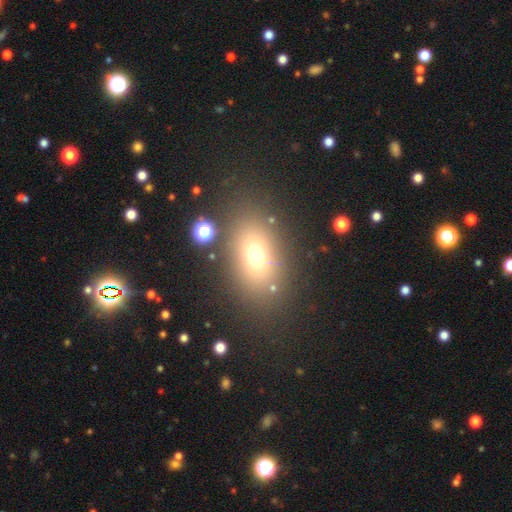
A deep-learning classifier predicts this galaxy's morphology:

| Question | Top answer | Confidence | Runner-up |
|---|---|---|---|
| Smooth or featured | smooth | 69% | star or artifact (18%) |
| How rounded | in between | 71% | round (26%) |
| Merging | none | 79% | minor disturbance (10%) |